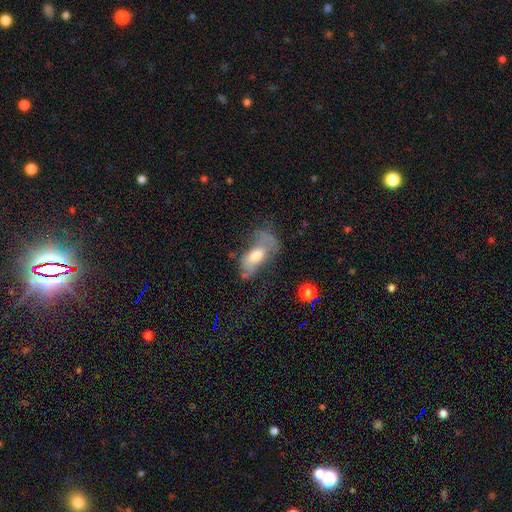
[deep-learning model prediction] This appears to be a smooth galaxy with no disk features (47%). Merging: major disturbance (45%).